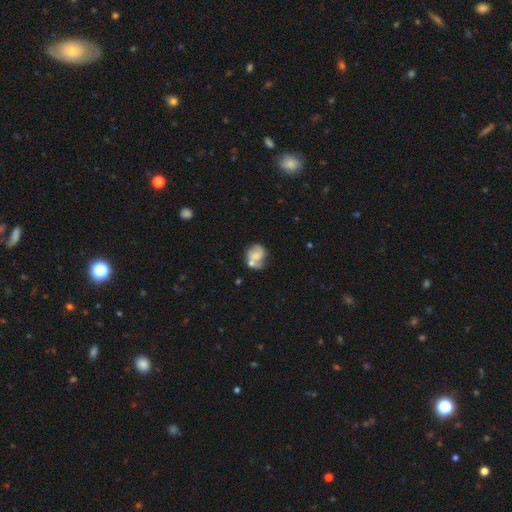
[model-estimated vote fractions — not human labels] Morphology: type=featured or disk (52%); edge-on=no (97%); bar=no (61%); spiral arms=yes (72%); bulge=small (35%); merging=none (40%).